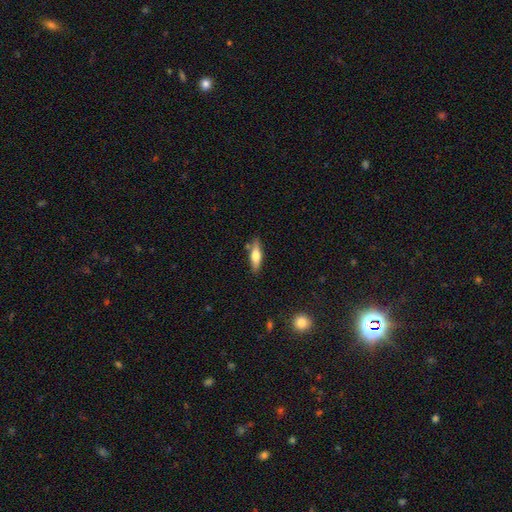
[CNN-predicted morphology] Overall: smooth (59%; featured or disk 35%). How rounded: cigar-shaped (56%; in between 41%). Merging: none (80%).